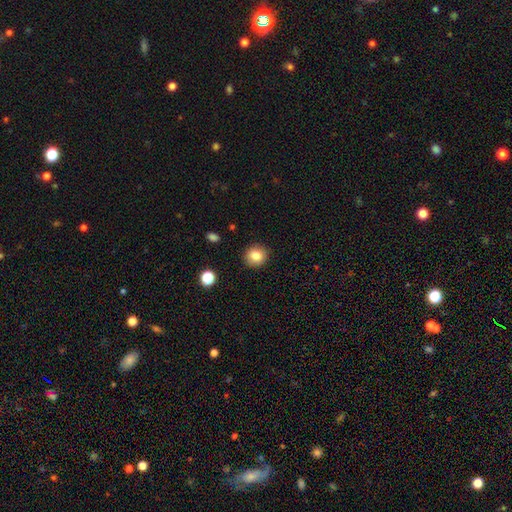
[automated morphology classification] Overall: smooth (84%). How rounded: round (86%). Merging: none (90%).